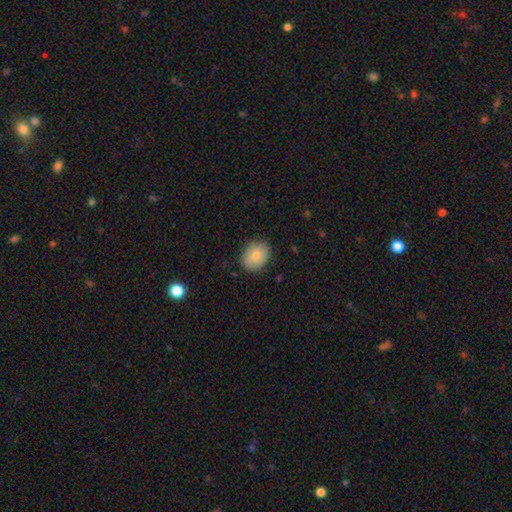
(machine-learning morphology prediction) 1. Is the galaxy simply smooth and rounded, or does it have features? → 81% smooth, 11% featured or disk, 8% star or artifact.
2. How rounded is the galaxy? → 54% in between, 45% round, 1% cigar-shaped.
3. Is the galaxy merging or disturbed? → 86% none, 11% minor disturbance, 2% major disturbance, 1% merger.